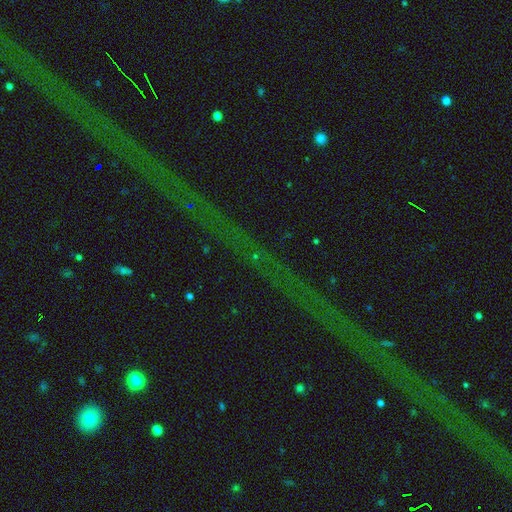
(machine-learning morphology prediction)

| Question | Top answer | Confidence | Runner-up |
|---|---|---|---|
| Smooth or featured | star or artifact | 78% | featured or disk (13%) |